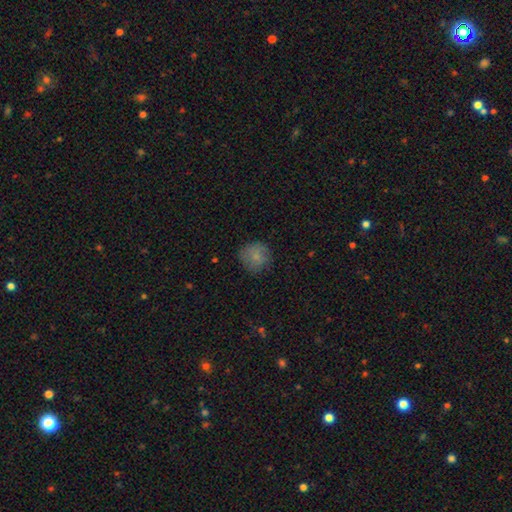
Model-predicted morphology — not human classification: smooth 80%, featured or disk 11%, star or artifact 10%. Down the decision tree: how rounded — round (90%); merging — none (76%).